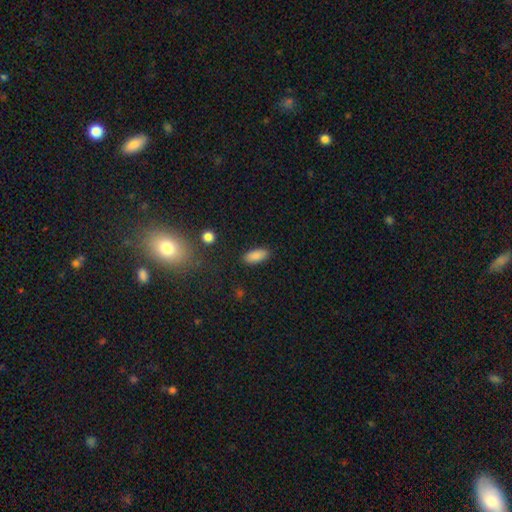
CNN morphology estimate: Smooth or featured? smooth (87%)
How rounded? in between (86%)
Merging? none (87%)